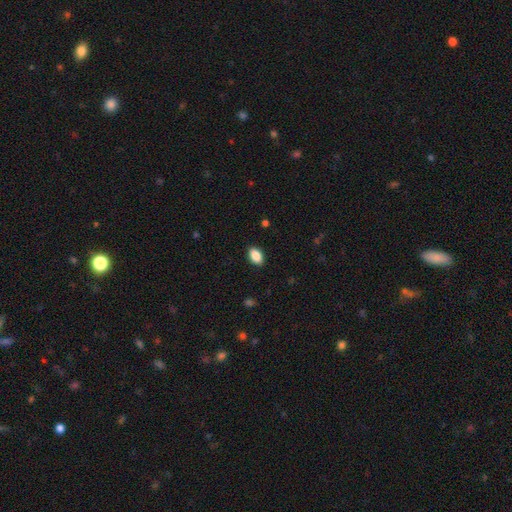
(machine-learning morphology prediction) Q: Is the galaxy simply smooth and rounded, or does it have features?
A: smooth — 88%.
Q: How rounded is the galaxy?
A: in between — 90%.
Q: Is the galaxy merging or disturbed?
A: none — 89%.